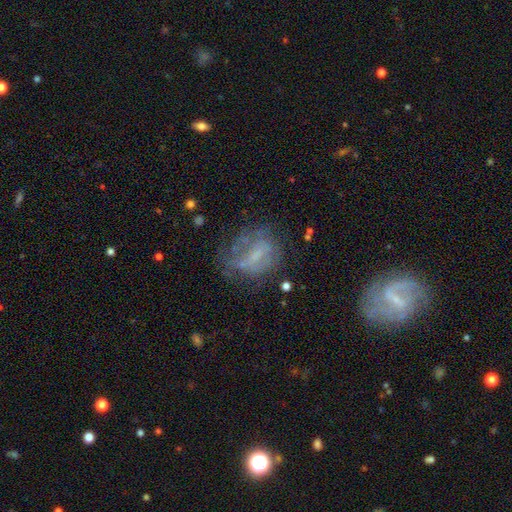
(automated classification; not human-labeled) Smooth or featured? Predicted: featured or disk (p=0.53). Edge-on disk? Predicted: no (p=0.96). Bar? Predicted: no (p=0.45). Spiral arms? Predicted: no (p=0.60). Bulge size? Predicted: small (p=0.38). Merging? Predicted: none (p=0.49).